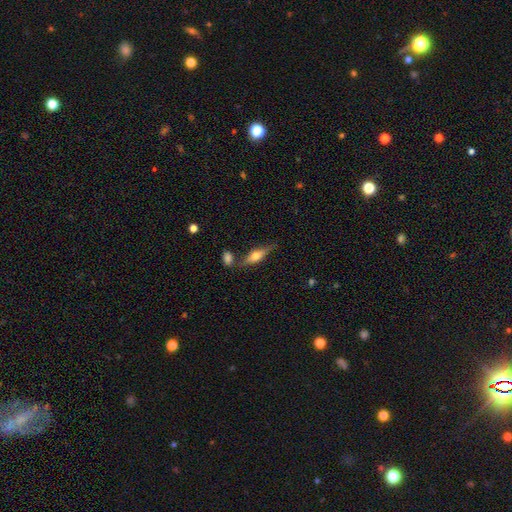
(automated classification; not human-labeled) A featured or disk galaxy (48%). Merging: none (67%).